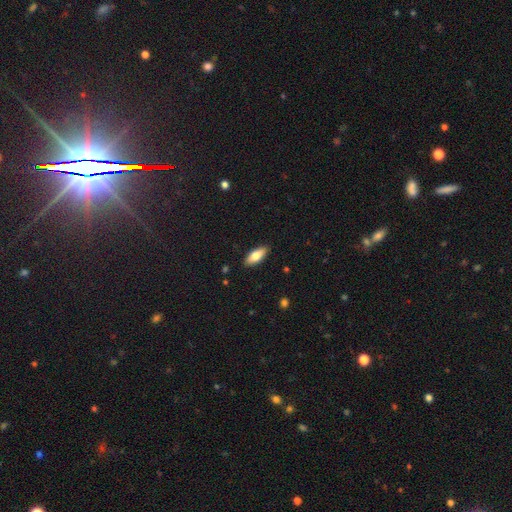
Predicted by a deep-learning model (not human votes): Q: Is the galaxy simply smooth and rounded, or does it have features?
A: smooth — 75%.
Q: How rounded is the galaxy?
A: in between — 77%.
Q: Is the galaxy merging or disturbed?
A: none — 89%.